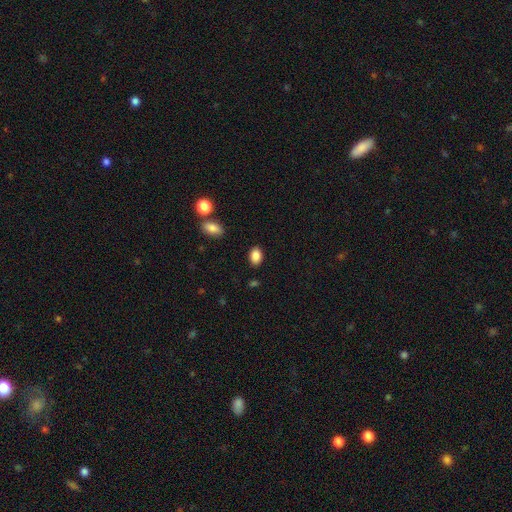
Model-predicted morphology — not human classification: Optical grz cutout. It shows a smooth galaxy with no disk features (87%) that is in between round and cigar-shaped (82%). Merging: none (87%).